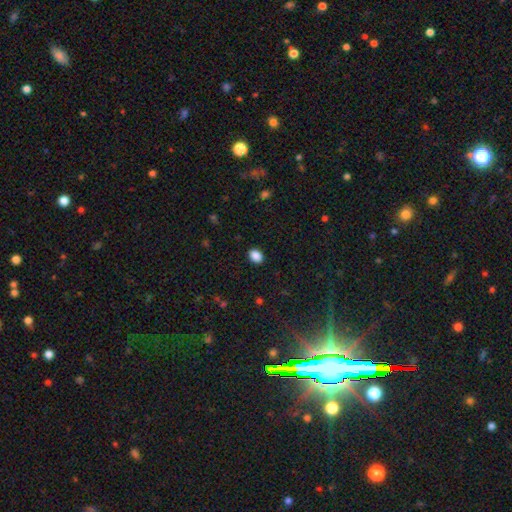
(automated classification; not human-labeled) Q: Smooth or featured?
A: smooth (88%); runner-up: star or artifact (9%)
Q: How rounded?
A: in between (68%); runner-up: round (31%)
Q: Merging?
A: none (89%); runner-up: minor disturbance (8%)